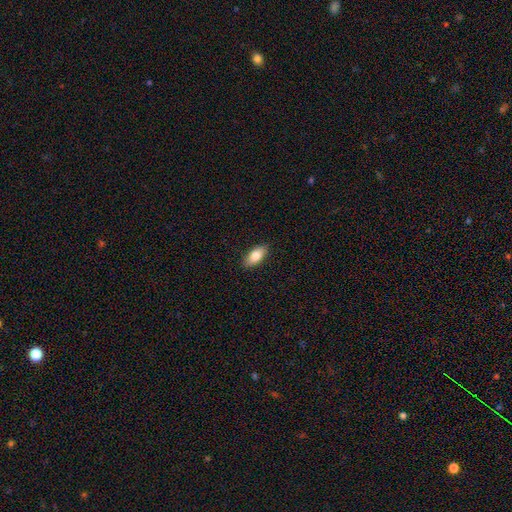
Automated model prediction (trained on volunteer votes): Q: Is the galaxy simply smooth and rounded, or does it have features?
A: smooth — 82%.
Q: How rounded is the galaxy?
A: in between — 88%.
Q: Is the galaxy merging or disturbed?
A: none — 88%.